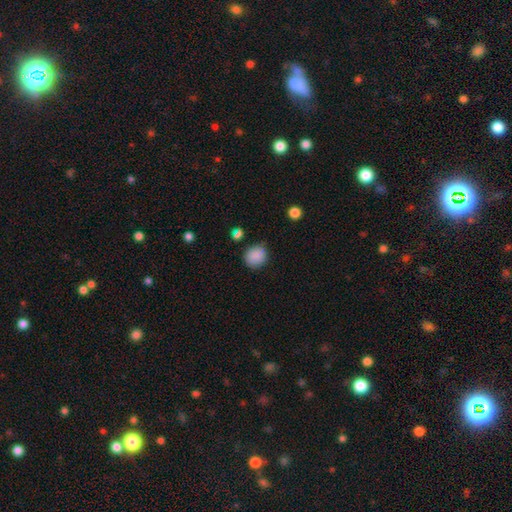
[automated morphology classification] smooth 86%, star or artifact 10%, featured or disk 4%. Down the decision tree: how rounded — round (78%); merging — none (78%).